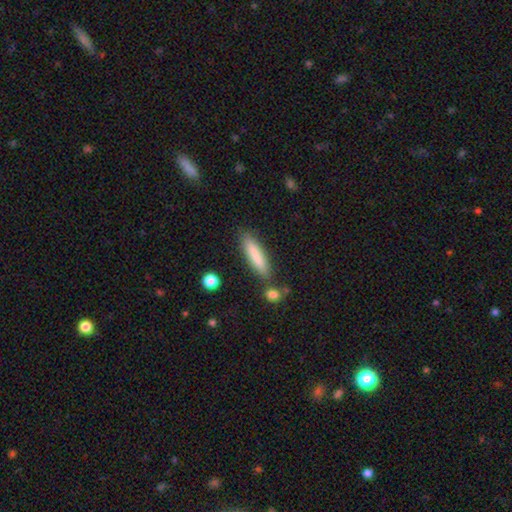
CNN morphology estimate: smooth_or_featured: smooth (p=0.82) [alt: featured or disk p=0.11]
how_rounded: cigar-shaped (p=0.78) [alt: in between p=0.20]
merging: none (p=0.82) [alt: minor disturbance p=0.10]